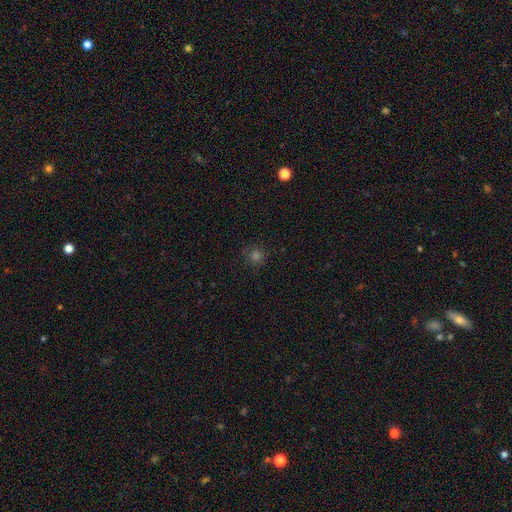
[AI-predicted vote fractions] Overall: smooth (71%). How rounded: round (94%). Merging: none (88%).